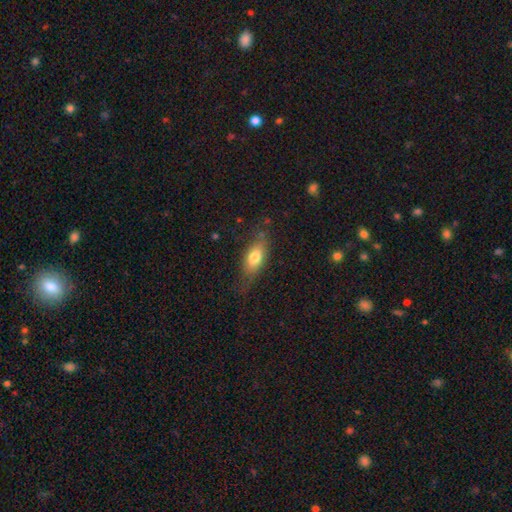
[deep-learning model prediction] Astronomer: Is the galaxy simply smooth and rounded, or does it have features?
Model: smooth — 69%.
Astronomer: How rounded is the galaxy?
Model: in between — 74%.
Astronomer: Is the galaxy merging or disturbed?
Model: none — 68%.